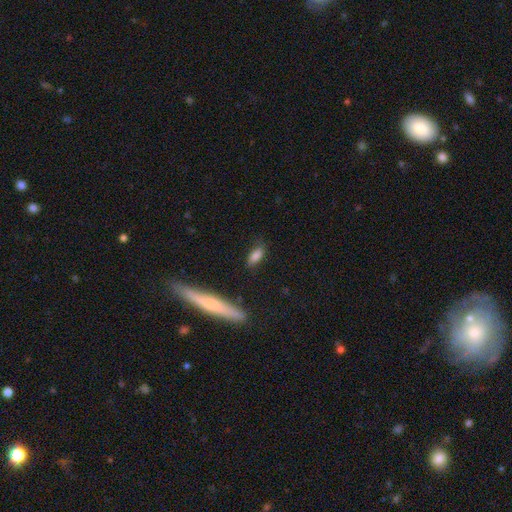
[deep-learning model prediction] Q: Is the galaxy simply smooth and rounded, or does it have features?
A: smooth — 83%.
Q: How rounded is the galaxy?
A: in between — 79%.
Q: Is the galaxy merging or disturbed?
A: none — 76%.